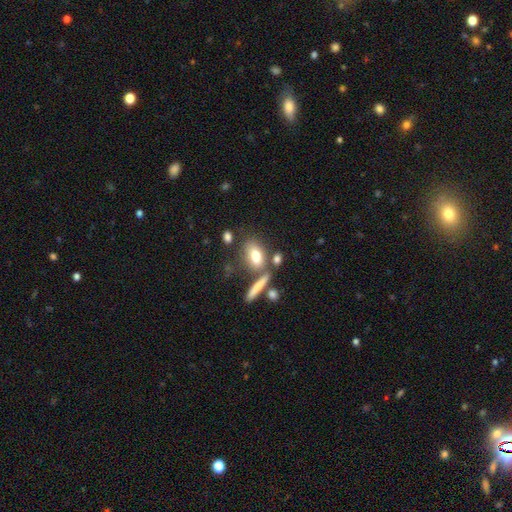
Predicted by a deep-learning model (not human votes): Smooth or featured?
  - smooth: 74% *
  - featured or disk: 17%
  - star or artifact: 9%
How rounded?
  - in between: 77% *
  - cigar-shaped: 13%
  - round: 10%
Merging?
  - none: 59% *
  - merger: 21%
  - minor disturbance: 14%
  - major disturbance: 6%